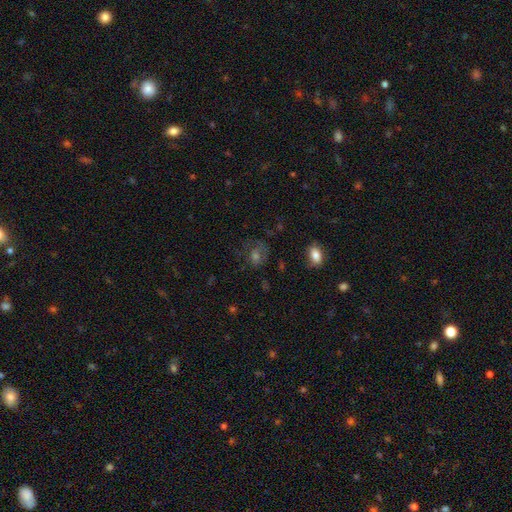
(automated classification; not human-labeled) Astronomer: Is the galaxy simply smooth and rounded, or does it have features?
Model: smooth — 44% (runner-up: featured or disk, 29%).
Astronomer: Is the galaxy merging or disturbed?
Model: none — 60%.